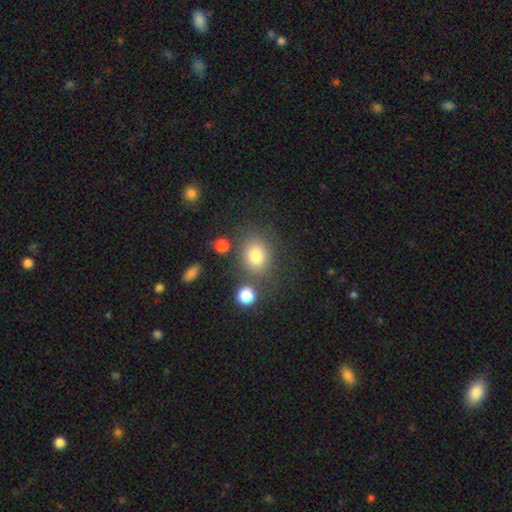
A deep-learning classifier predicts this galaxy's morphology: smooth_or_featured: smooth (p=0.79) [alt: star or artifact p=0.12]
how_rounded: round (p=0.55) [alt: in between p=0.43]
merging: none (p=0.70) [alt: minor disturbance p=0.13]